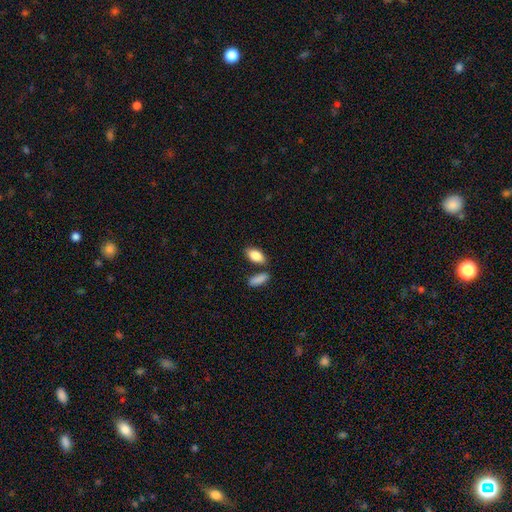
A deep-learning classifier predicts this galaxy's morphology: A smooth galaxy with no disk features (86%) that is in between round and cigar-shaped (88%).

Vote fractions:
- Smooth or featured? smooth: 86% / featured or disk: 8% / star or artifact: 6%
- How rounded? in between: 88% / cigar-shaped: 8% / round: 4%
- Merging? none: 71% / merger: 14% / minor disturbance: 12% / major disturbance: 3%